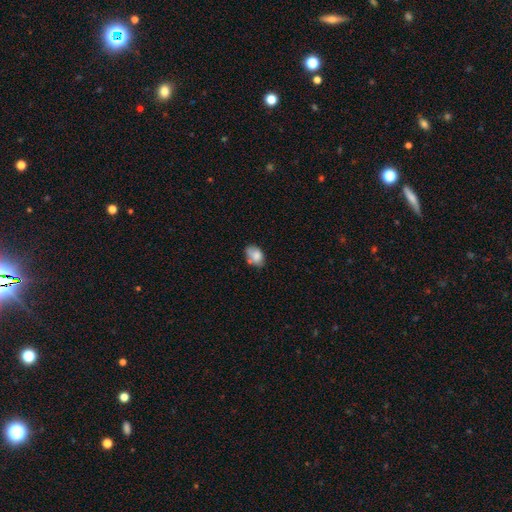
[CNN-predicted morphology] A smooth galaxy with no disk features (75%) that is in between round and cigar-shaped (81%).

Vote fractions:
- Smooth or featured? smooth: 75% / featured or disk: 16% / star or artifact: 9%
- How rounded? in between: 81% / round: 18% / cigar-shaped: 1%
- Merging? none: 46% / minor disturbance: 31% / merger: 12% / major disturbance: 10%